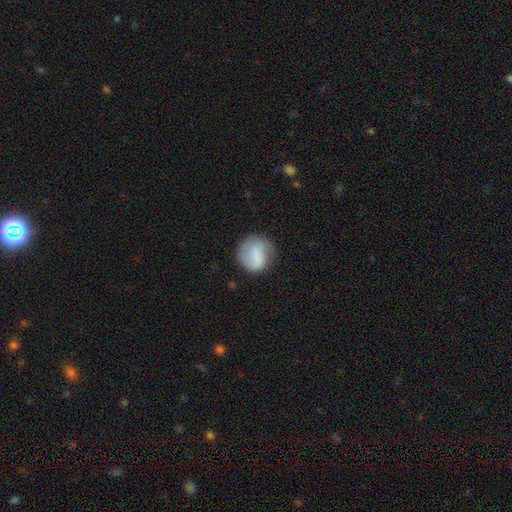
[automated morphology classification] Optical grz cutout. It shows a smooth galaxy with no disk features (70%) that is round (83%). Merging: none (66%).